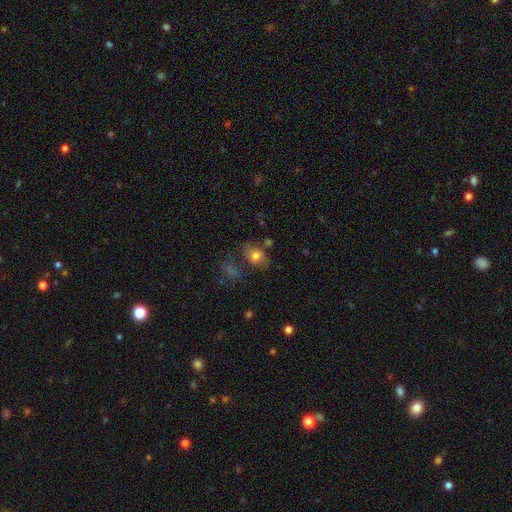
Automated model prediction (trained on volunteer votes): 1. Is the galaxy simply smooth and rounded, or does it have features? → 75% smooth, 15% featured or disk, 11% star or artifact.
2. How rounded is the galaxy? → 64% in between, 35% round, 2% cigar-shaped.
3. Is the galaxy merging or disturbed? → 58% none, 21% minor disturbance, 12% merger, 10% major disturbance.